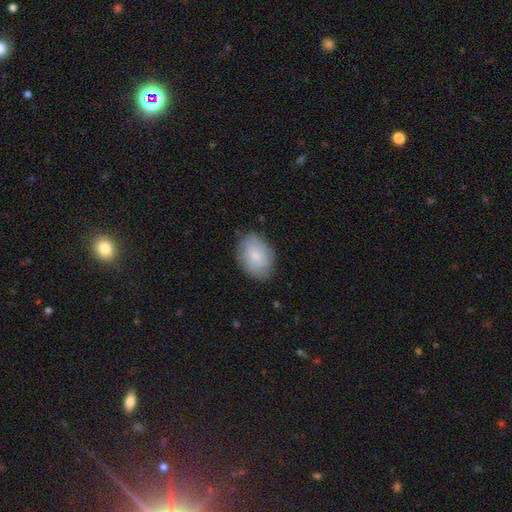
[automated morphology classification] type=smooth (77%); roundness=in between (82%); merging=none (80%).